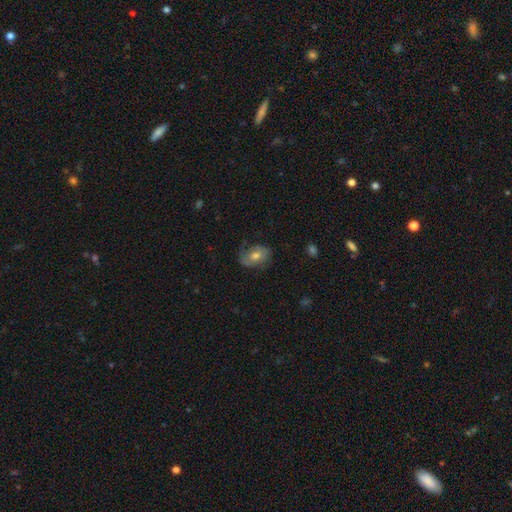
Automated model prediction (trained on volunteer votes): A featured or disk galaxy (52%).

Vote fractions:
- Smooth or featured? featured or disk: 52% / smooth: 39% / star or artifact: 10%
- Edge-on disk? no: 95% / yes: 5%
- Merging? none: 69% / minor disturbance: 20% / major disturbance: 9% / merger: 1%